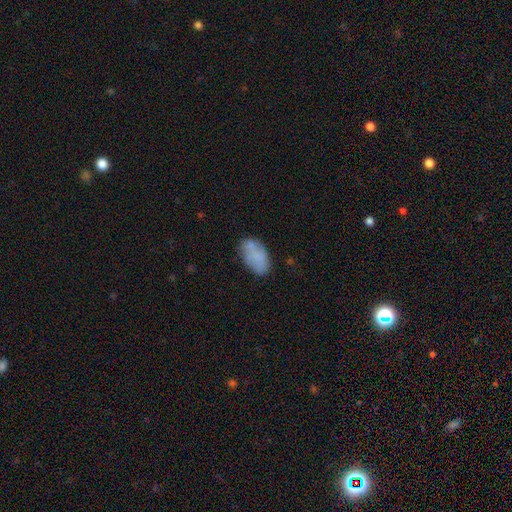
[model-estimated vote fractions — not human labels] Morphology: type=smooth (72%); roundness=in between (94%); merging=none (62%).